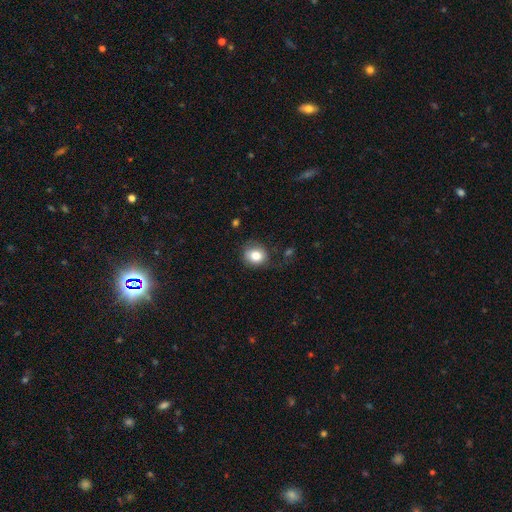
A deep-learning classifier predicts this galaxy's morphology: Smooth or featured: smooth — 83% (star or artifact — 9%)
How rounded: round — 69% (in between — 30%)
Merging: none — 67% (minor disturbance — 23%)